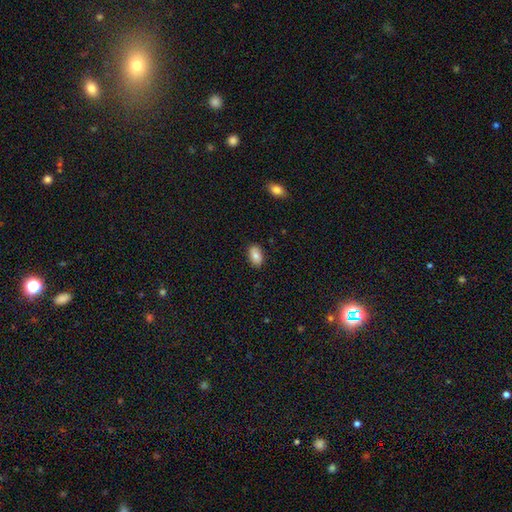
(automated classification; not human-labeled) A smooth galaxy with no disk features (79%) that is in between round and cigar-shaped (91%).

Vote fractions:
- Smooth or featured? smooth: 79% / featured or disk: 13% / star or artifact: 8%
- How rounded? in between: 91% / round: 7% / cigar-shaped: 2%
- Merging? none: 86% / minor disturbance: 11% / major disturbance: 2% / merger: 1%